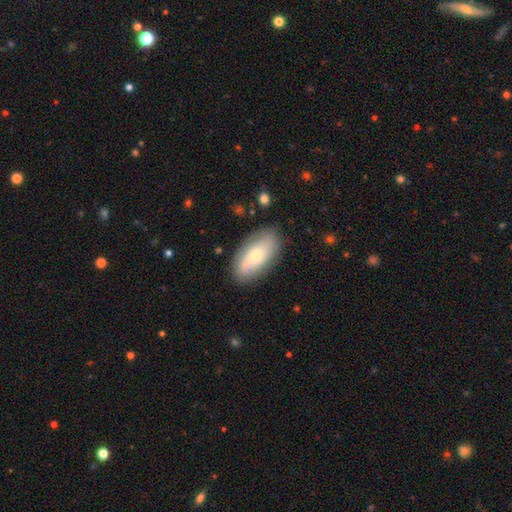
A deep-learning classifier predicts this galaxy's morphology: smooth_or_featured: featured or disk (p=0.48) [alt: smooth p=0.46]
merging: none (p=0.81) [alt: minor disturbance p=0.14]